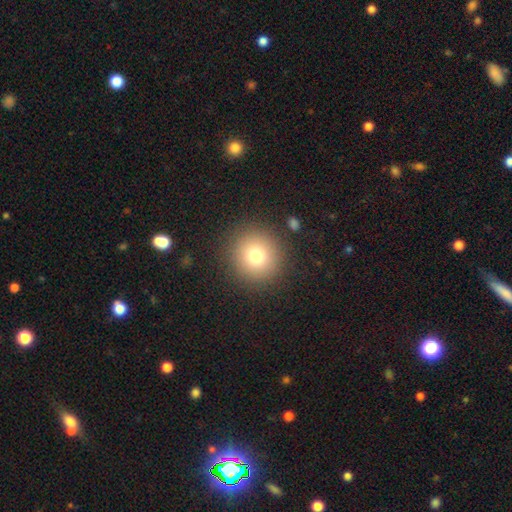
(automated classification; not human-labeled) Overall: smooth (77%). How rounded: round (95%). Merging: none (89%).